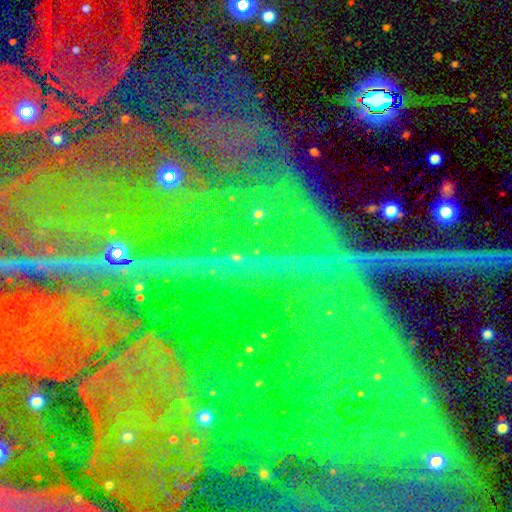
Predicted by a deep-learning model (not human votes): A star or artifact, not a galaxy (86%).

Vote fractions:
- Smooth or featured? star or artifact: 86% / featured or disk: 8% / smooth: 6%